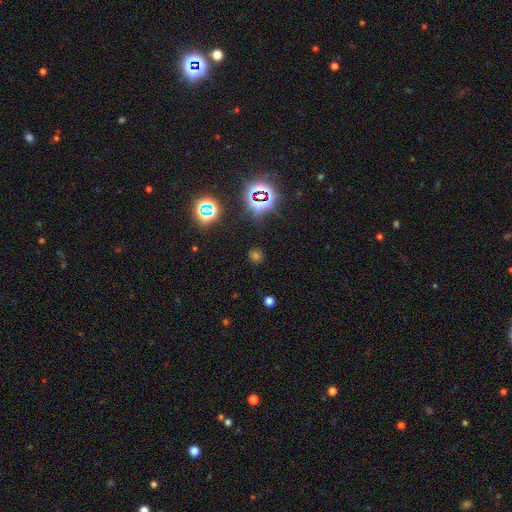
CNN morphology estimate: Overall: star or artifact (47%; smooth 46%).